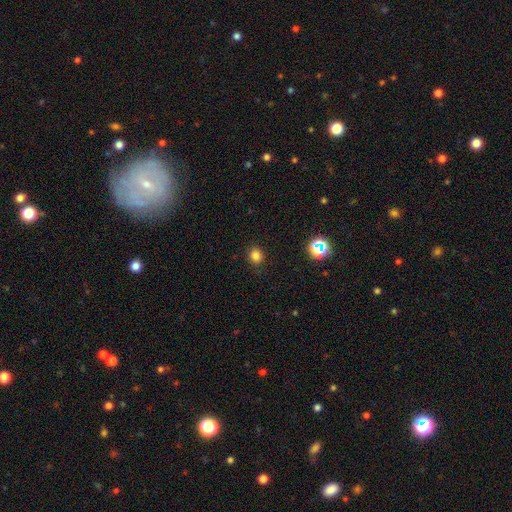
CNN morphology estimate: Overall: smooth (81%). How rounded: round (83%). Merging: none (89%).